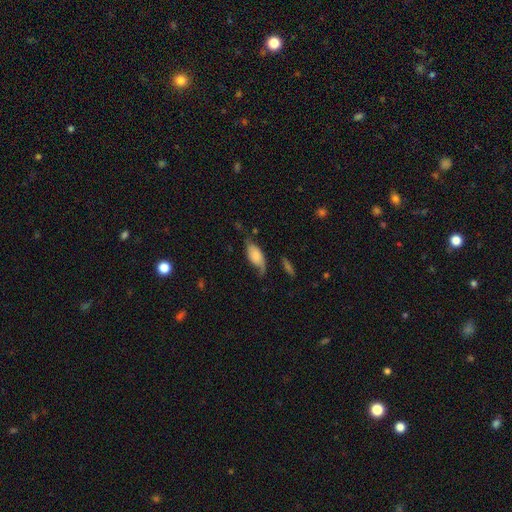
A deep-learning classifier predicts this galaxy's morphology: Smooth or featured?
  - smooth: 56% *
  - featured or disk: 37%
  - star or artifact: 8%
How rounded?
  - in between: 88% *
  - cigar-shaped: 9%
  - round: 3%
Merging?
  - none: 43% *
  - minor disturbance: 34%
  - major disturbance: 19%
  - merger: 3%